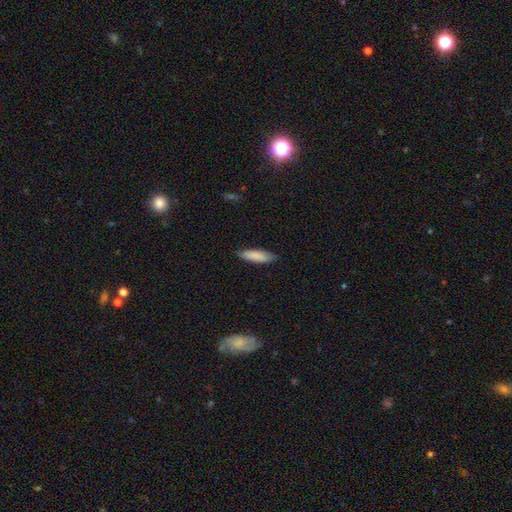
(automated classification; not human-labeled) A smooth galaxy with no disk features (86%) that is cigar-shaped (56%).

Vote fractions:
- Smooth or featured? smooth: 86% / featured or disk: 9% / star or artifact: 6%
- How rounded? cigar-shaped: 56% / in between: 43% / round: 1%
- Merging? none: 83% / minor disturbance: 13% / major disturbance: 2% / merger: 1%